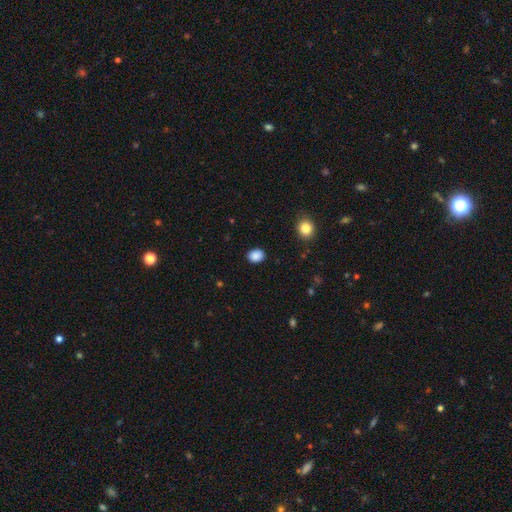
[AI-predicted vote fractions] Overall: smooth (88%). How rounded: in between (56%; round 43%). Merging: none (88%).